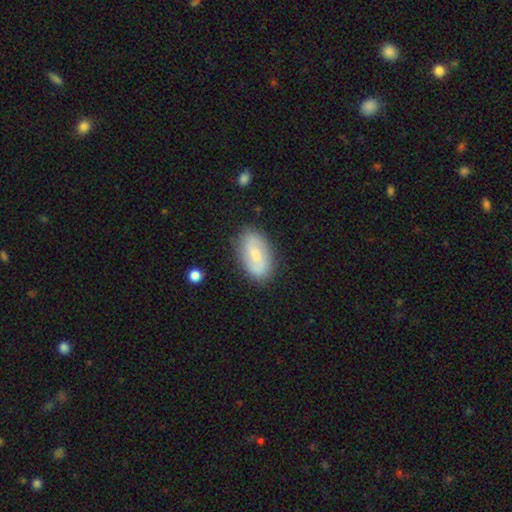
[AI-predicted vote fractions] Overall: featured or disk (49%; smooth 45%). Merging: none (83%).